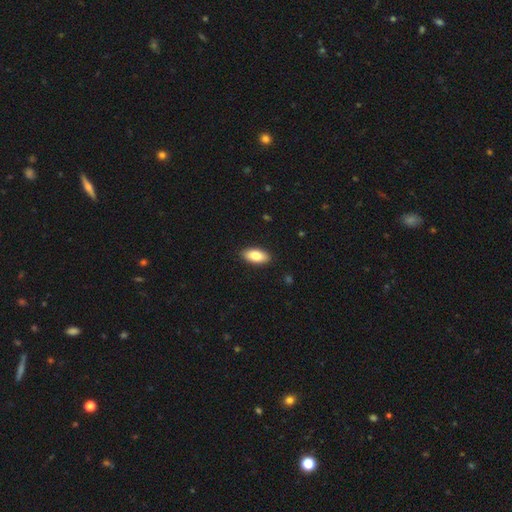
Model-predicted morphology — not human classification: smooth-or-featured: smooth: 83% | featured or disk: 10% | star or artifact: 6%
  how-rounded: in between: 91% | cigar-shaped: 7% | round: 2%
  merging: none: 90% | minor disturbance: 7% | major disturbance: 2% | merger: 1%